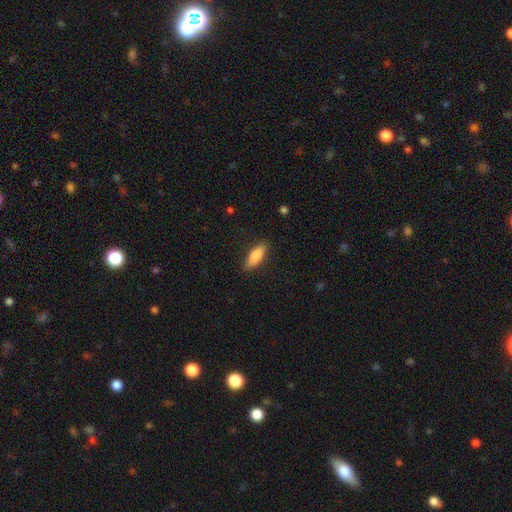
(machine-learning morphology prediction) smooth_or_featured: smooth (p=0.84) [alt: featured or disk p=0.10]
how_rounded: in between (p=0.68) [alt: cigar-shaped p=0.30]
merging: none (p=0.86) [alt: minor disturbance p=0.10]